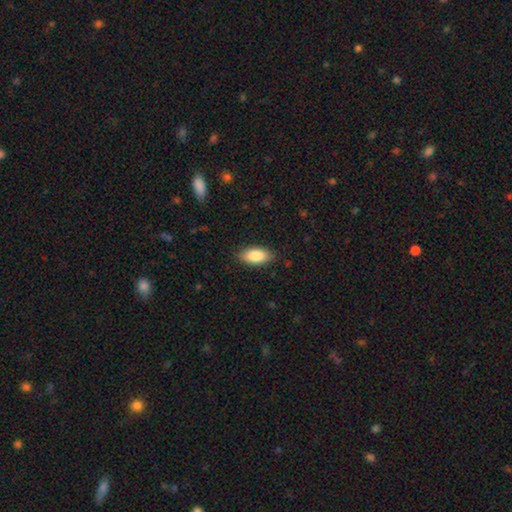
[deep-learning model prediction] Smooth or featured: smooth — 85% (featured or disk — 8%)
How rounded: in between — 91% (cigar-shaped — 7%)
Merging: none — 86% (minor disturbance — 11%)